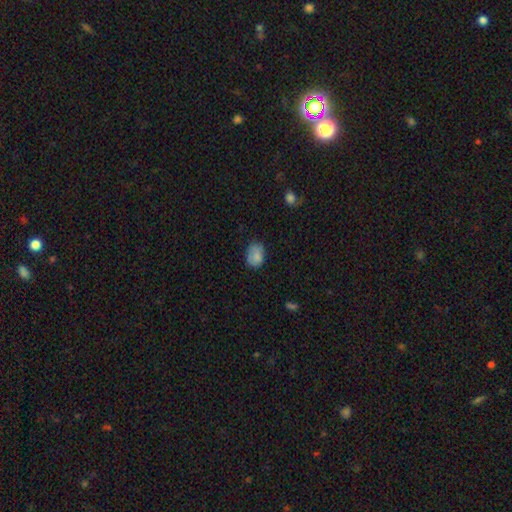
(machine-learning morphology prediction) A smooth galaxy with no disk features (83%) that is in between round and cigar-shaped (74%). Merging: none (66%).